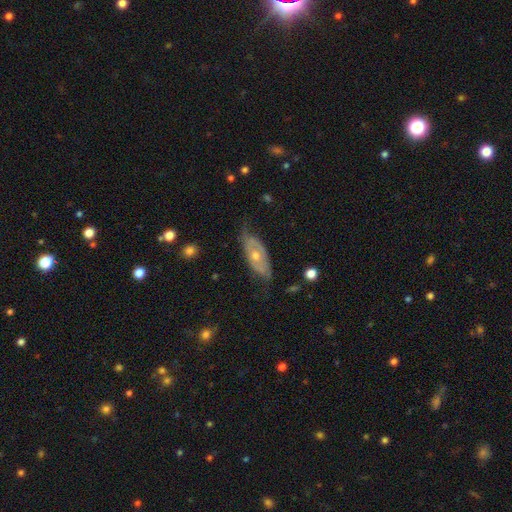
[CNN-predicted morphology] This appears to be a featured or disk galaxy (66%) with no bar (82%), spiral arms (58%) and a moderate central bulge (57%). Merging: none (61%).